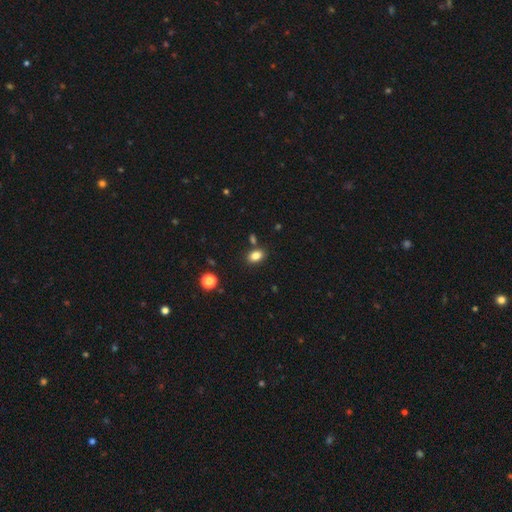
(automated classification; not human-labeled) Smooth or featured: smooth — 83% (star or artifact — 11%)
How rounded: in between — 80% (round — 19%)
Merging: none — 81% (minor disturbance — 10%)